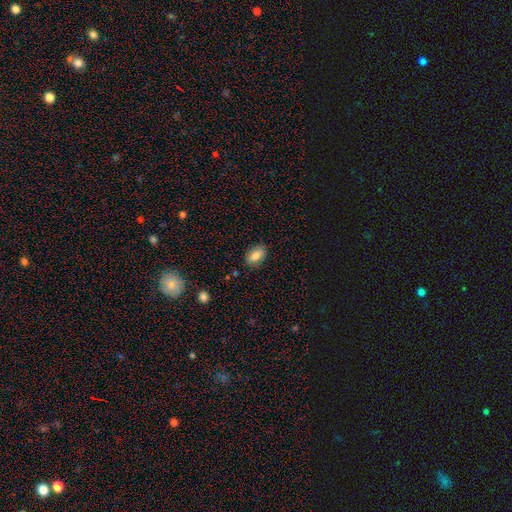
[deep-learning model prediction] A smooth galaxy with no disk features (83%) that is in between round and cigar-shaped (89%). Merging: none (85%).